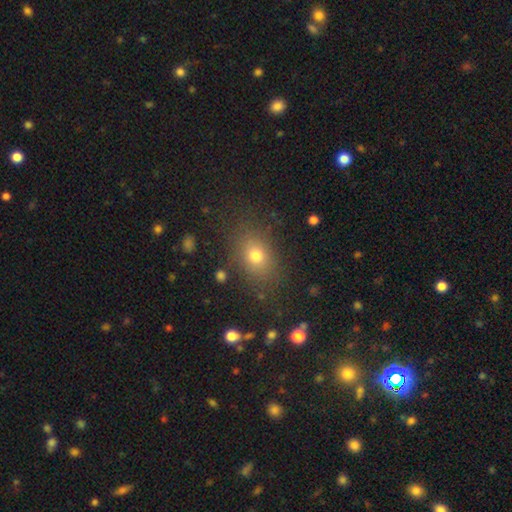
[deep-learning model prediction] smooth_or_featured: smooth (p=0.72) [alt: star or artifact p=0.16]
how_rounded: in between (p=0.62) [alt: round p=0.36]
merging: none (p=0.82) [alt: minor disturbance p=0.11]